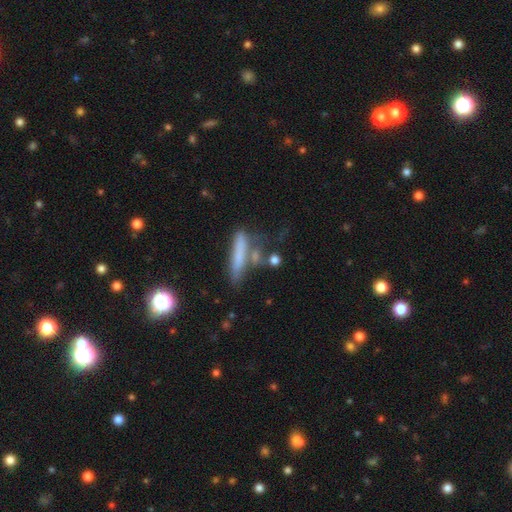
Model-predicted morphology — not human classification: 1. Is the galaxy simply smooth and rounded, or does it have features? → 61% smooth, 28% featured or disk, 11% star or artifact.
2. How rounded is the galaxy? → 81% cigar-shaped, 14% in between, 5% round.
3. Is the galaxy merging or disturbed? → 49% none, 19% minor disturbance, 19% merger, 12% major disturbance.